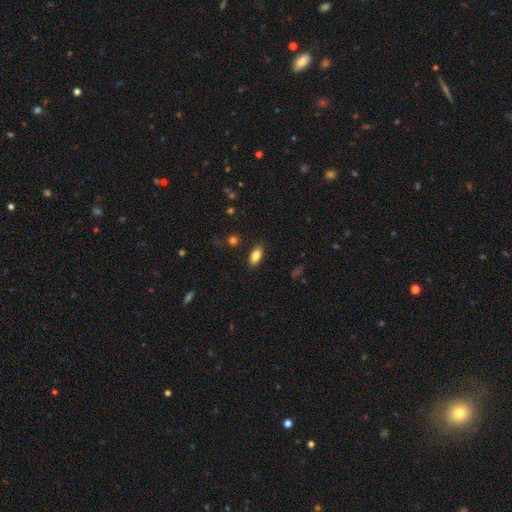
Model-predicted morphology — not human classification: The model was most divided on "smooth or featured": smooth: 83%, featured or disk: 9%, star or artifact: 8%. More confident: how rounded — in between (86%); merging — none (86%).